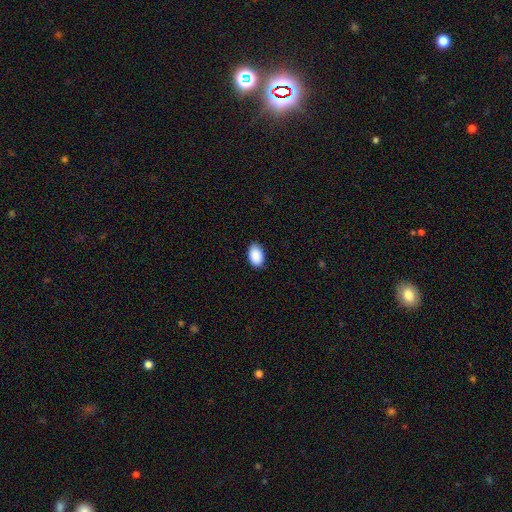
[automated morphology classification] This is clearly a smooth galaxy (91%). How rounded: clearly in between (92%). Merging: clearly none (86%).